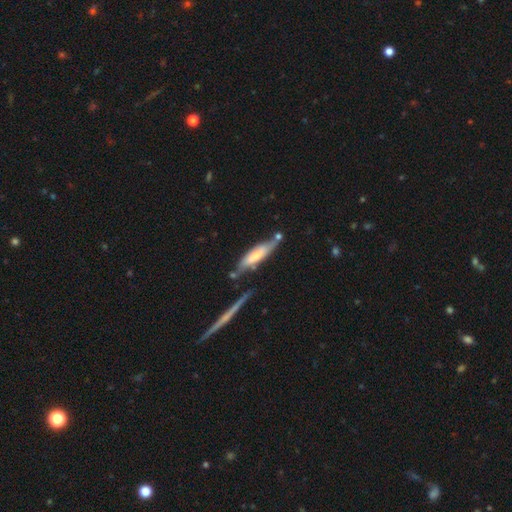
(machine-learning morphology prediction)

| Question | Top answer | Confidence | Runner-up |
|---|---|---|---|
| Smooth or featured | smooth | 58% | featured or disk (36%) |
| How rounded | cigar-shaped | 68% | in between (30%) |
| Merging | none | 54% | minor disturbance (23%) |